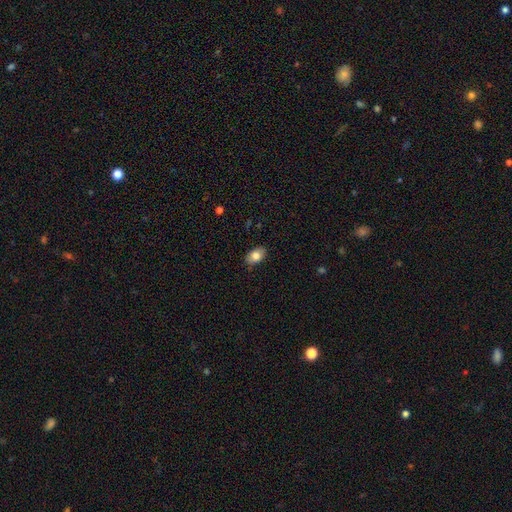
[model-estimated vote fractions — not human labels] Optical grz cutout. It shows a smooth galaxy with no disk features (80%) that is in between round and cigar-shaped (88%). Merging: none (86%).